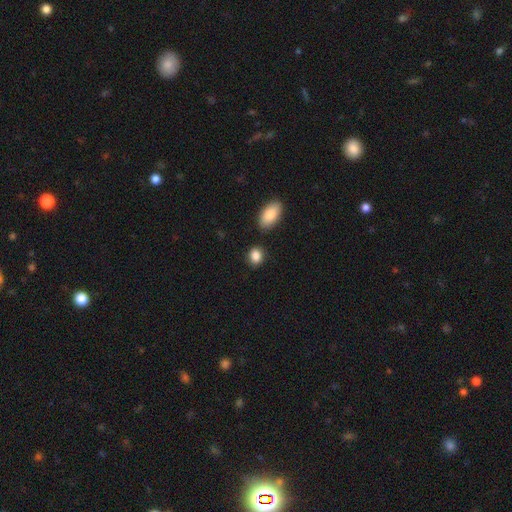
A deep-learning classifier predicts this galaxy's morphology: smooth 87%, star or artifact 8%, featured or disk 5%. Down the decision tree: how rounded — in between (56%); merging — none (79%).